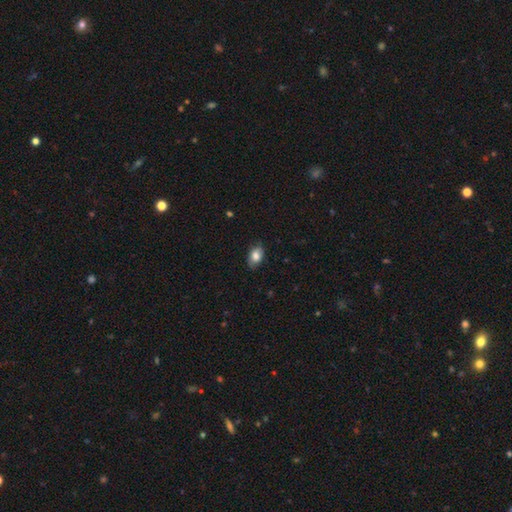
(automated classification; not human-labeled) smooth 82%, featured or disk 11%, star or artifact 7%. Down the decision tree: how rounded — in between (88%); merging — none (82%).